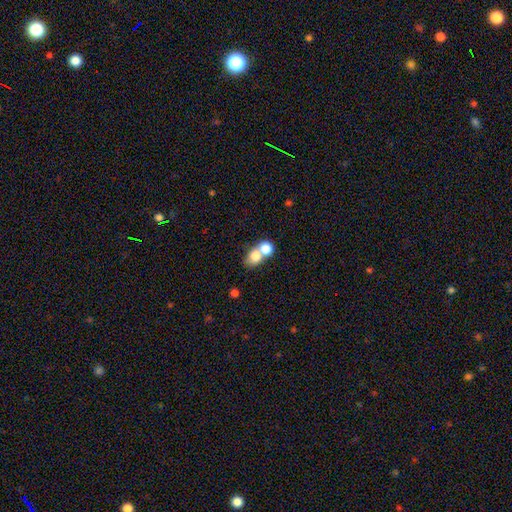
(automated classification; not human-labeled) The model was most divided on "how rounded": round: 57%, in between: 42%, cigar-shaped: 1%. More confident: smooth or featured — smooth (76%); merging — merger (65%).